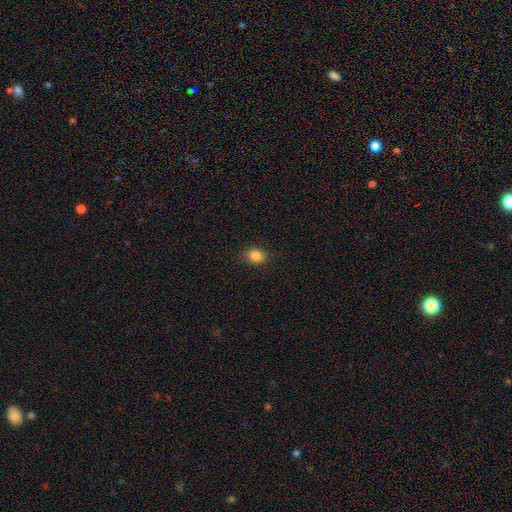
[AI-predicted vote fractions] smooth-or-featured: smooth: 85% | star or artifact: 11% | featured or disk: 4%
  how-rounded: round: 54% | in between: 45% | cigar-shaped: 1%
  merging: none: 89% | minor disturbance: 8% | major disturbance: 2% | merger: 1%